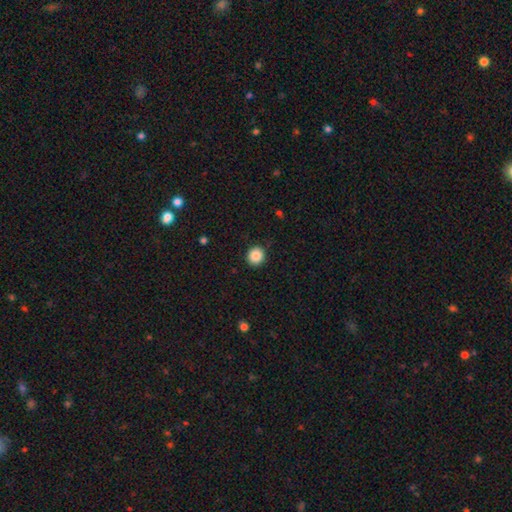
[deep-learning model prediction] Smooth or featured?
  - smooth: 87% *
  - star or artifact: 9%
  - featured or disk: 4%
How rounded?
  - round: 91% *
  - in between: 8%
  - cigar-shaped: 1%
Merging?
  - none: 90% *
  - minor disturbance: 7%
  - major disturbance: 2%
  - merger: 1%